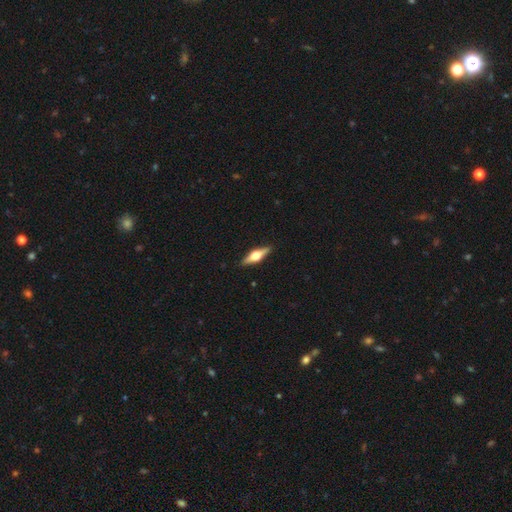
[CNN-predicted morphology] smooth-or-featured: featured or disk: 68% | smooth: 27% | star or artifact: 6%
  disk-edge-on: yes: 97% | no: 3%
    edge-on-bulge: rounded: 95% | boxy: 4% | none: 1%
  merging: none: 90% | minor disturbance: 7% | major disturbance: 2% | merger: 1%